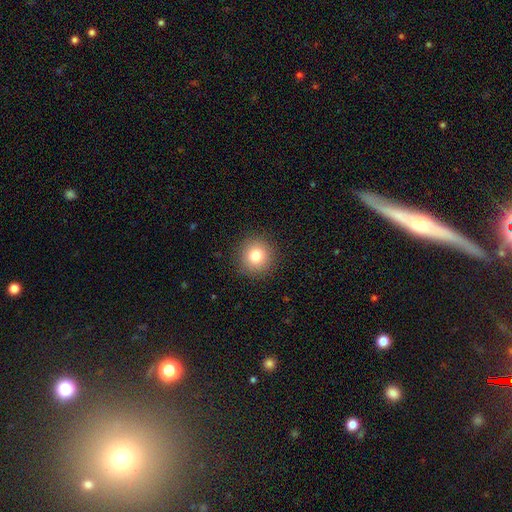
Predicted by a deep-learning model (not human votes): Smooth or featured? Predicted: smooth (p=0.80). How rounded? Predicted: round (p=0.94). Merging? Predicted: none (p=0.91).